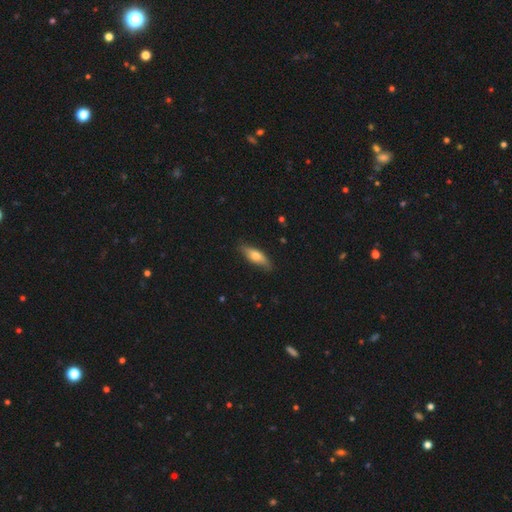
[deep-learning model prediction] smooth-or-featured: smooth: 62% | featured or disk: 32% | star or artifact: 6%
  how-rounded: in between: 56% | cigar-shaped: 41% | round: 3%
  merging: none: 78% | minor disturbance: 18% | major disturbance: 3% | merger: 1%